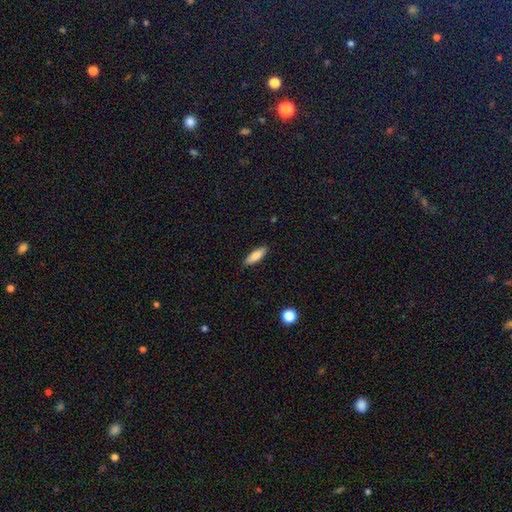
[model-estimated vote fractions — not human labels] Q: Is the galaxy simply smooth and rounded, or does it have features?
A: smooth — 81%.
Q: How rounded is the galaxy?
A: in between — 56%.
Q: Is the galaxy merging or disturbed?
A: none — 87%.